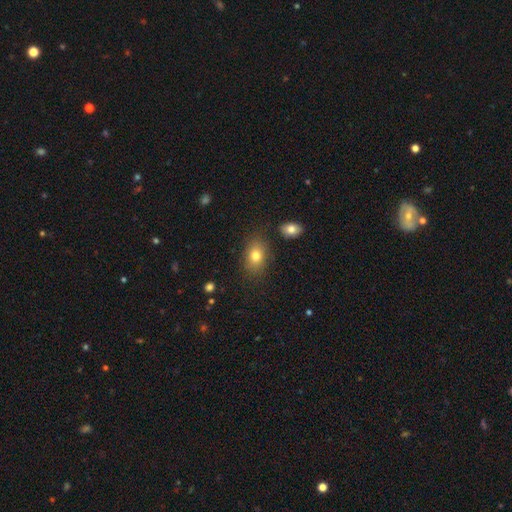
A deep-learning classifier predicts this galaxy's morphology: This is likely a smooth galaxy (78%). How rounded: likely in between (77%). Merging: likely none (80%).